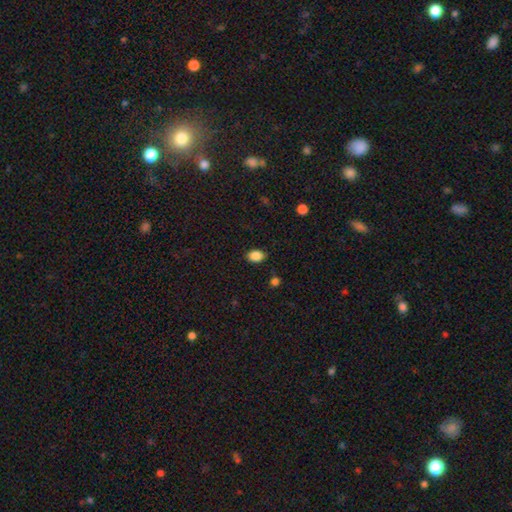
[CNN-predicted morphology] smooth 86%, star or artifact 9%, featured or disk 5%. Down the decision tree: how rounded — in between (78%); merging — none (84%).